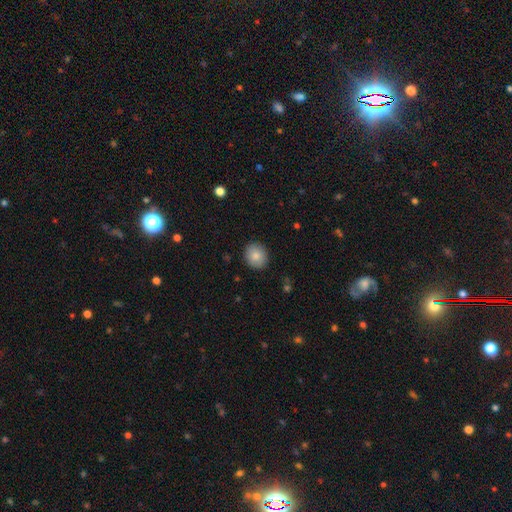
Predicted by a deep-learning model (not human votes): The model was most divided on "how rounded": round: 75%, in between: 24%, cigar-shaped: 1%. More confident: merging — none (90%); smooth or featured — smooth (84%).